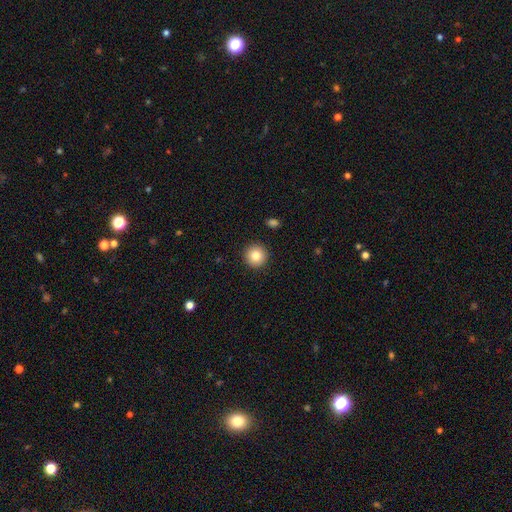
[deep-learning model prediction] smooth 83%, star or artifact 9%, featured or disk 8%. Down the decision tree: how rounded — round (96%); merging — none (92%).